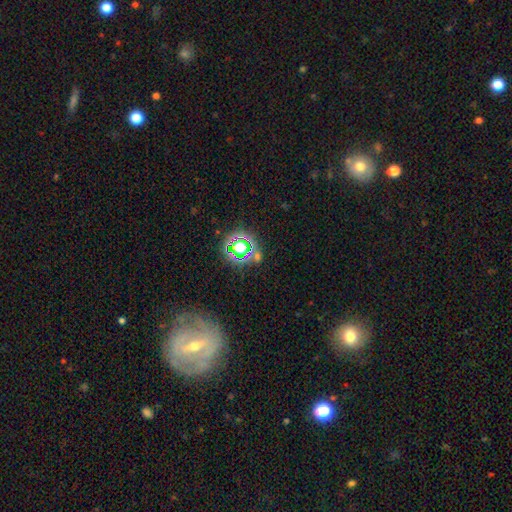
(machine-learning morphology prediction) A star or artifact, not a galaxy (57%).

Vote fractions:
- Smooth or featured? star or artifact: 57% / smooth: 27% / featured or disk: 16%